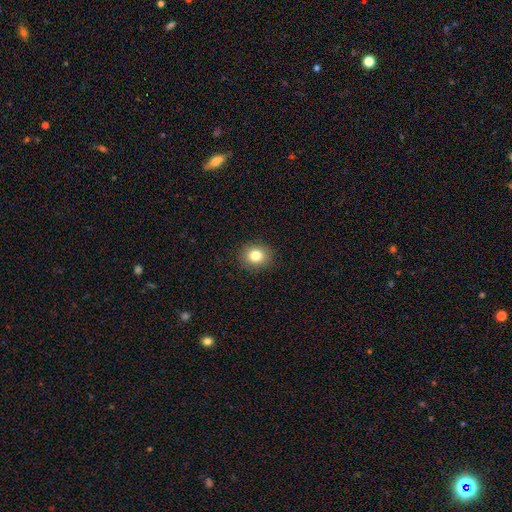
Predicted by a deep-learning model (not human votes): Smooth or featured: smooth — 81% (star or artifact — 11%)
How rounded: round — 71% (in between — 28%)
Merging: none — 89% (minor disturbance — 7%)